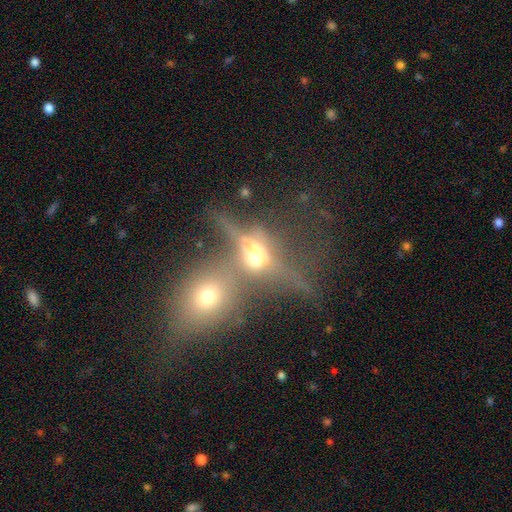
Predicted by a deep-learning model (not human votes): Smooth or featured? Predicted: featured or disk (p=0.52). Edge-on disk? Predicted: yes (p=0.61). Merging? Predicted: merger (p=0.54).